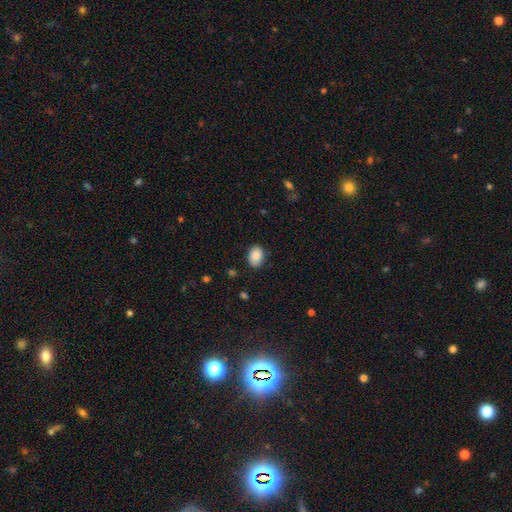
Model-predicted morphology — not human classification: The model was most divided on "how rounded": in between: 75%, round: 24%, cigar-shaped: 1%. More confident: smooth or featured — smooth (88%); merging — none (85%).